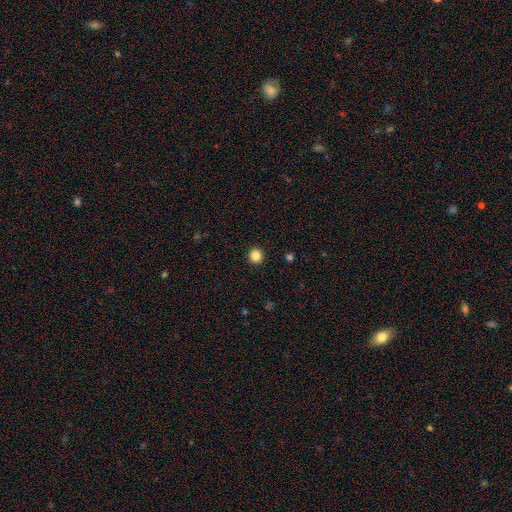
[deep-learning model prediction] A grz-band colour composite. It shows a smooth galaxy with no disk features (85%) that is round (94%). Merging: none (93%).